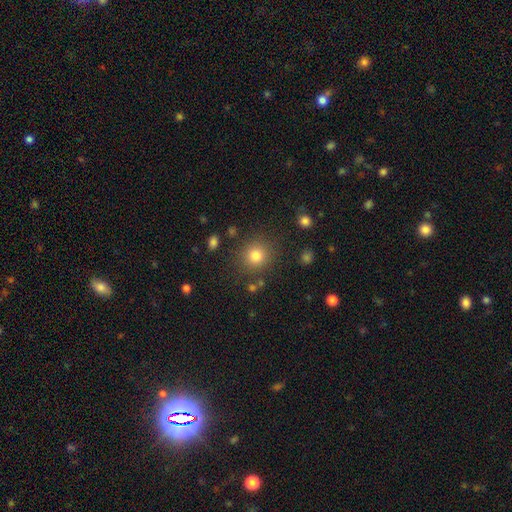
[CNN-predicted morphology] This appears to be a smooth galaxy with no disk features (81%) that is round (90%). Merging: none (85%).